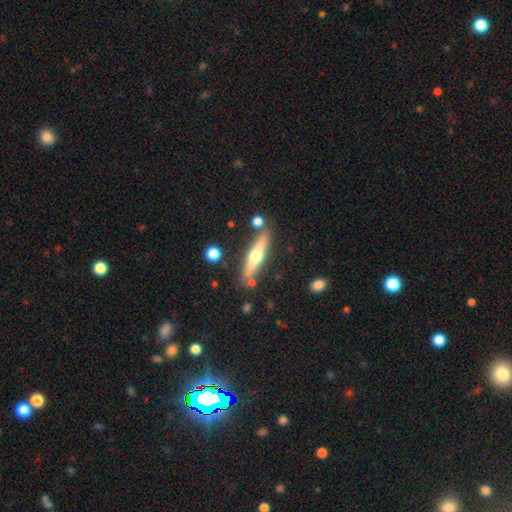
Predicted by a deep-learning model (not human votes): Smooth or featured? featured or disk (58%)
Edge-on disk? yes (93%)
Edge-on bulge? rounded (93%)
Merging? none (80%)